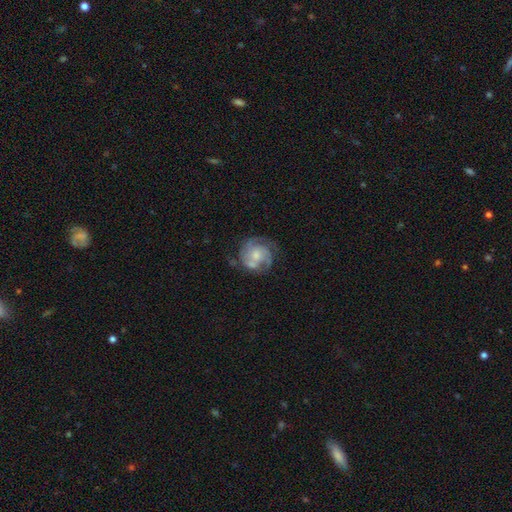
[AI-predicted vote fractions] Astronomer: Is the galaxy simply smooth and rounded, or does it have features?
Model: featured or disk — 70%.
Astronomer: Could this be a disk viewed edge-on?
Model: no — 98%.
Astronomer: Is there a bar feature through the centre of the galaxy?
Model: no — 75%.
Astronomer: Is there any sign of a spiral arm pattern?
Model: yes — 86%.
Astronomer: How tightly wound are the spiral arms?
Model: tight — 51% (runner-up: medium, 37%).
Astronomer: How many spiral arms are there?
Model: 3 — 32% (runner-up: can't tell, 27%).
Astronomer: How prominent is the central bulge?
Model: moderate — 46% (runner-up: small, 34%).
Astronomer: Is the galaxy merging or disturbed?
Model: none — 61%.